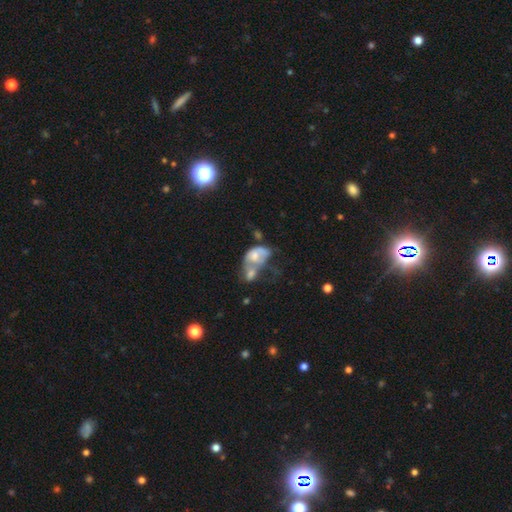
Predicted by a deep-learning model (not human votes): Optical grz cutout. It shows a smooth galaxy with no disk features (51%) that is in between round and cigar-shaped (81%). Merging: merger (66%).